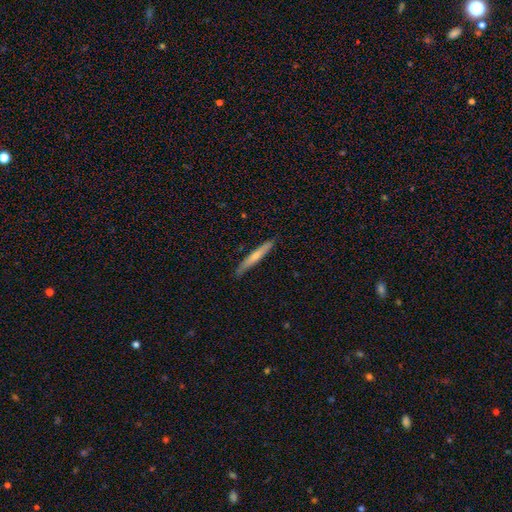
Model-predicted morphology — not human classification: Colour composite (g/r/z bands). It shows a smooth galaxy with no disk features (54%) that is cigar-shaped (94%). Merging: none (87%).